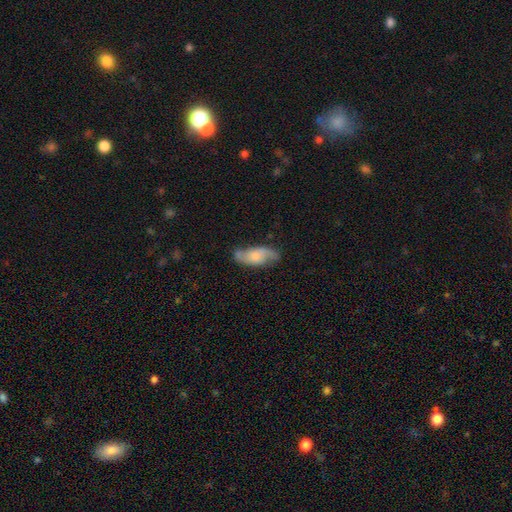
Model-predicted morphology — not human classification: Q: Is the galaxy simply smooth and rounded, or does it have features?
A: featured or disk — 50%.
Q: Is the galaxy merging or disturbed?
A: none — 68%.